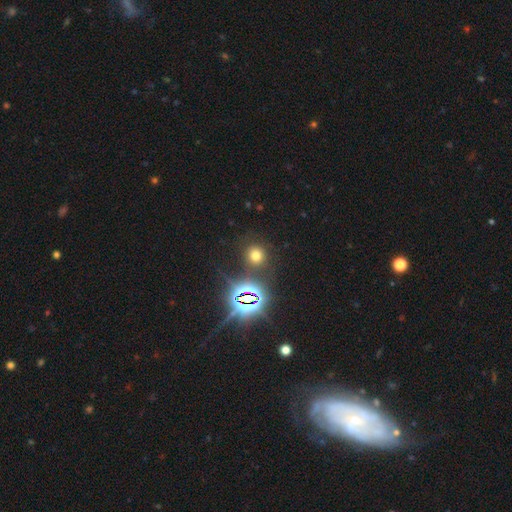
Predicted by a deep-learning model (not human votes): Smooth or featured? Predicted: smooth (p=0.61). How rounded? Predicted: round (p=0.88). Merging? Predicted: none (p=0.84).